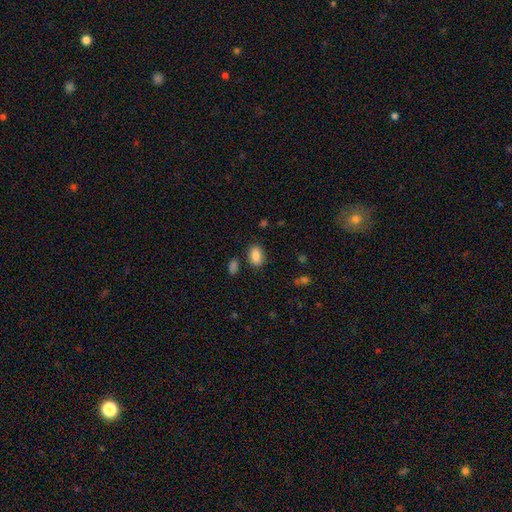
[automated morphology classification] smooth_or_featured: smooth (p=0.86) [alt: star or artifact p=0.09]
how_rounded: in between (p=0.81) [alt: round p=0.17]
merging: none (p=0.83) [alt: minor disturbance p=0.11]